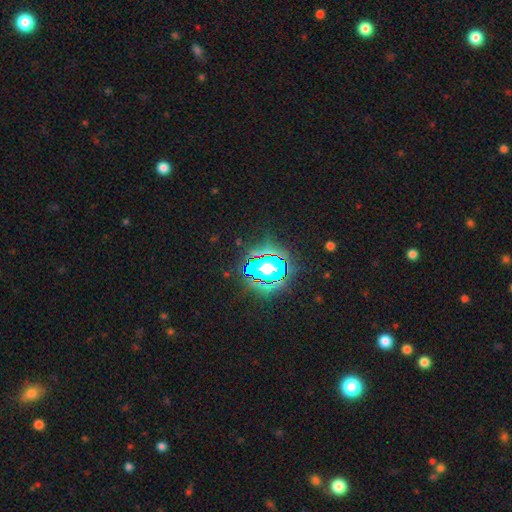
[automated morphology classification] type=star or artifact (60%).